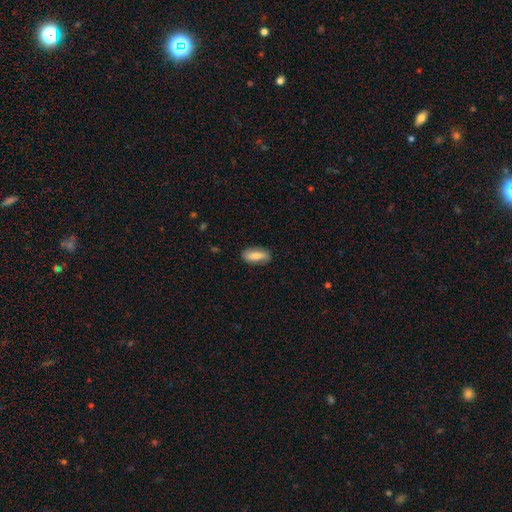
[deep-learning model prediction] smooth 70%, featured or disk 24%, star or artifact 6%. Down the decision tree: how rounded — in between (76%); merging — none (84%).